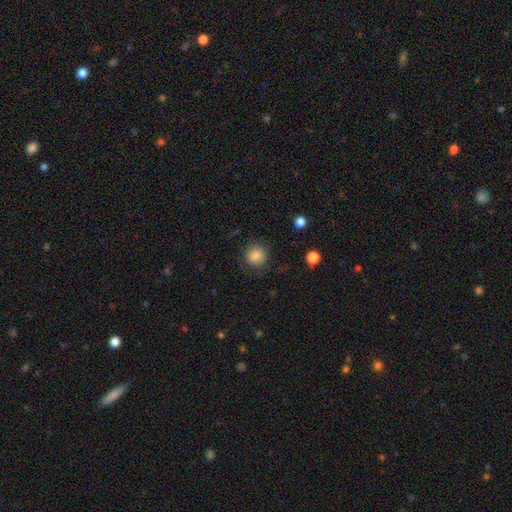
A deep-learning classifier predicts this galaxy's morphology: smooth 85%, star or artifact 10%, featured or disk 5%. Down the decision tree: how rounded — round (90%); merging — none (82%).